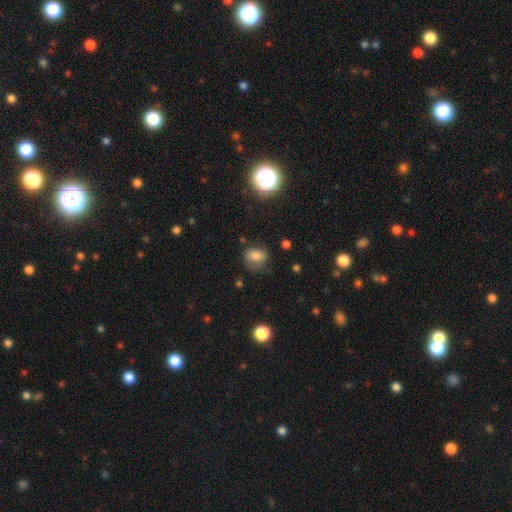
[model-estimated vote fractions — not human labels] The model was most divided on "how rounded": in between: 59%, round: 39%, cigar-shaped: 1%. More confident: smooth or featured — smooth (72%); merging — none (55%).